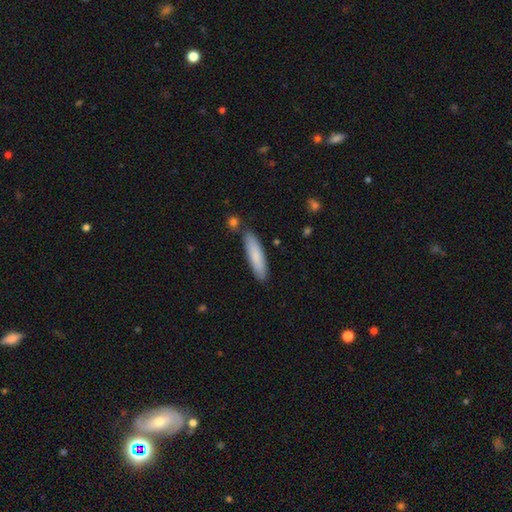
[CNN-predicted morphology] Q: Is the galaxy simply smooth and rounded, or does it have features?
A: smooth — 81%.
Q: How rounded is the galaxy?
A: cigar-shaped — 75%.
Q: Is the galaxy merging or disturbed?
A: none — 82%.